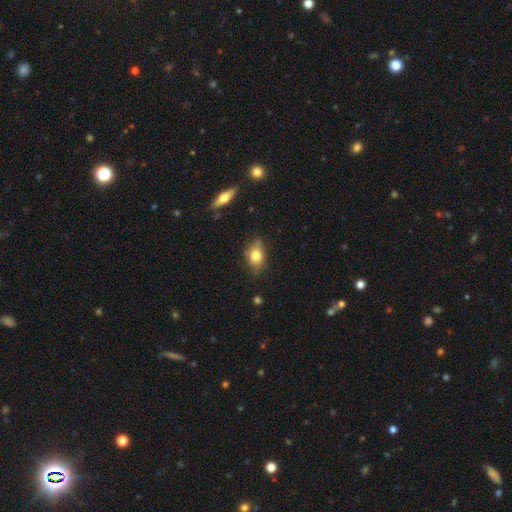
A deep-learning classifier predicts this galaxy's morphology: This is likely a smooth galaxy (75%). How rounded: likely in between (79%). Merging: likely none (71%).